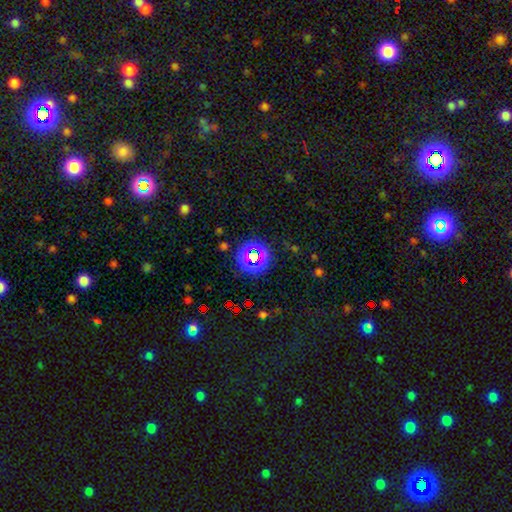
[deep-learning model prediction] smooth_or_featured: star or artifact (p=0.56) [alt: smooth p=0.33]